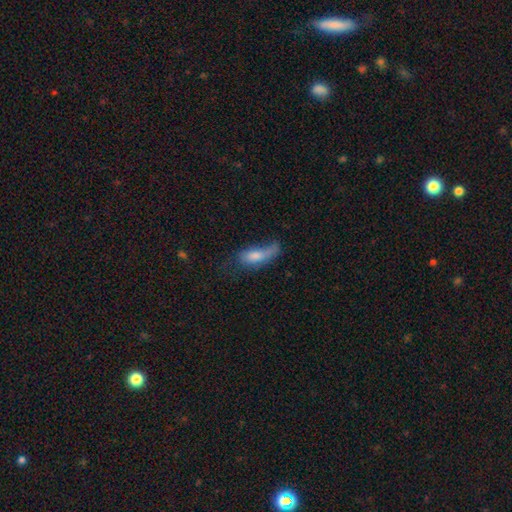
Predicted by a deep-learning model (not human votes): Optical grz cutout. It shows a smooth galaxy with no disk features (65%) that is in between round and cigar-shaped (62%). Merging: none (35%).